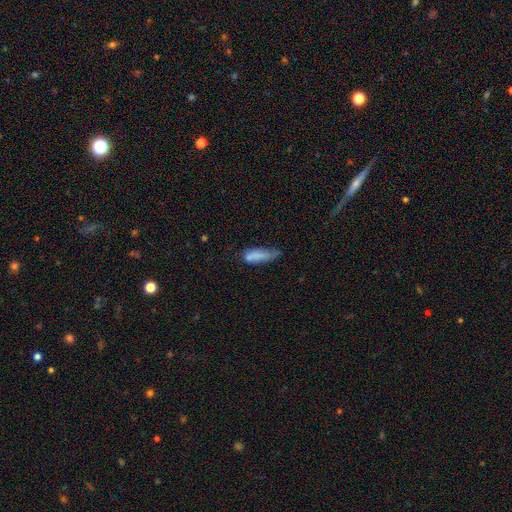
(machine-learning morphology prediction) The model was most divided on "merging": minor disturbance: 38%, none: 34%, major disturbance: 20%, merger: 9%. More confident: smooth or featured — smooth (76%); how rounded — cigar-shaped (53%).